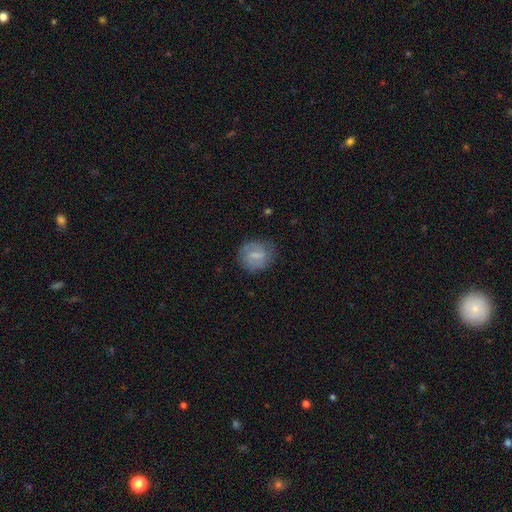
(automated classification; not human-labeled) Smooth or featured? smooth (51%)
How rounded? round (70%)
Merging? none (72%)